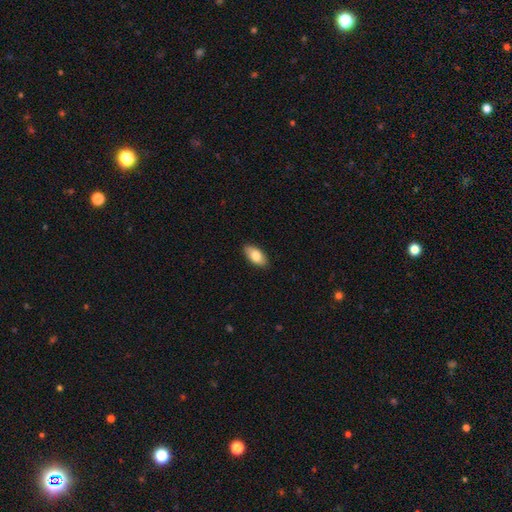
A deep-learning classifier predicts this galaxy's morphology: This appears to be a smooth galaxy with no disk features (81%) that is in between round and cigar-shaped (92%). Merging: none (88%).